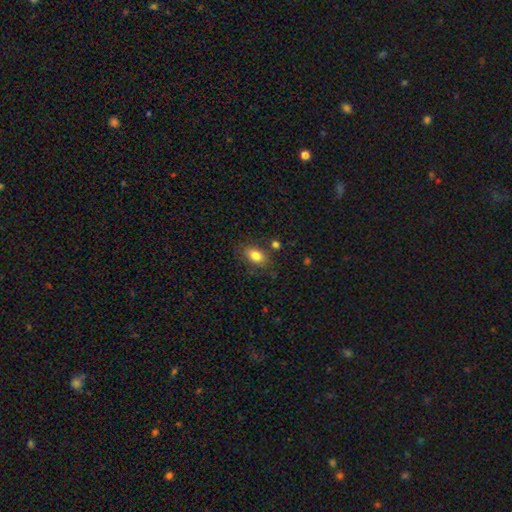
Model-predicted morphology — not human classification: Smooth or featured? smooth (83%)
How rounded? in between (85%)
Merging? none (77%)